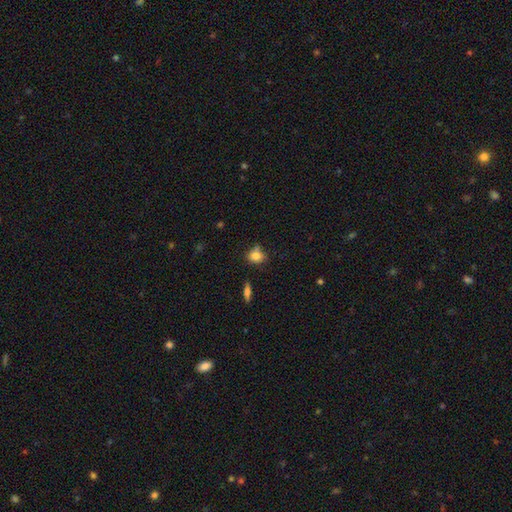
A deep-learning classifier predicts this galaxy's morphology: smooth_or_featured: smooth (p=0.80) [alt: star or artifact p=0.10]
how_rounded: round (p=0.59) [alt: in between p=0.39]
merging: none (p=0.64) [alt: minor disturbance p=0.21]